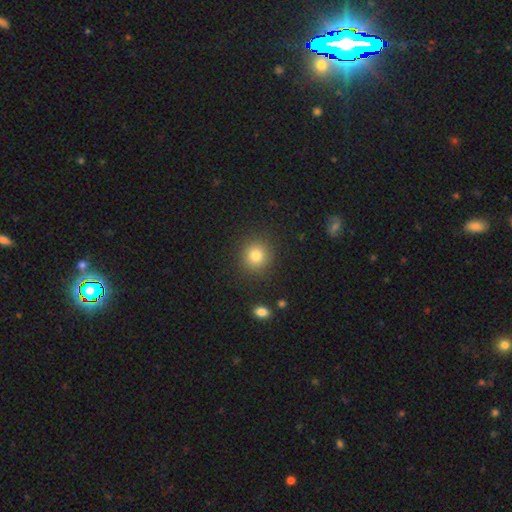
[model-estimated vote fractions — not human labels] This is clearly a smooth galaxy (81%). How rounded: clearly round (90%). Merging: clearly none (89%).